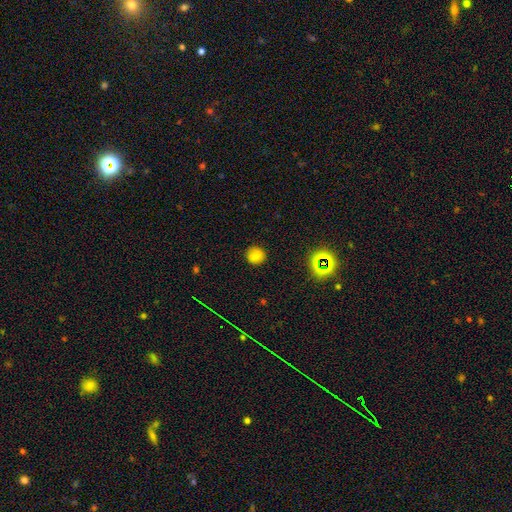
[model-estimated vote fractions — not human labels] smooth 79%, star or artifact 15%, featured or disk 6%. Down the decision tree: how rounded — round (89%); merging — none (90%).